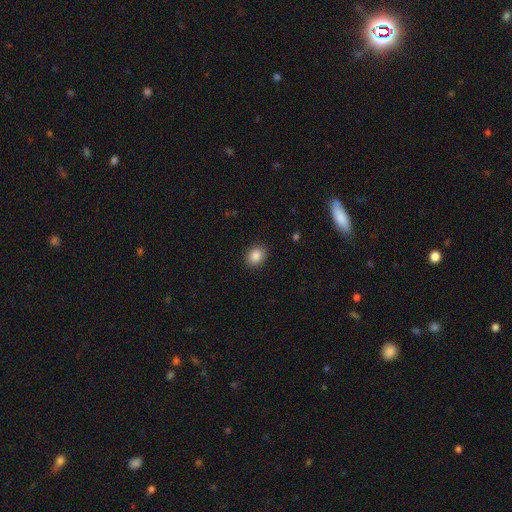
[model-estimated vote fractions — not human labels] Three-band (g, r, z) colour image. It shows a smooth galaxy with no disk features (87%) that is round (52%). Merging: none (89%).